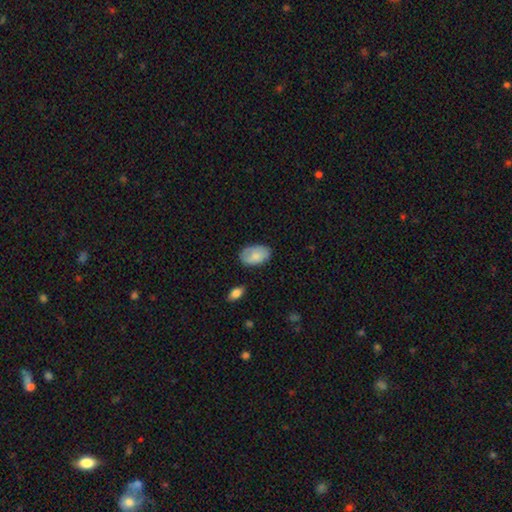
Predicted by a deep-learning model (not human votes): Smooth or featured: smooth — 77% (featured or disk — 16%)
How rounded: in between — 90% (round — 8%)
Merging: none — 72% (minor disturbance — 21%)